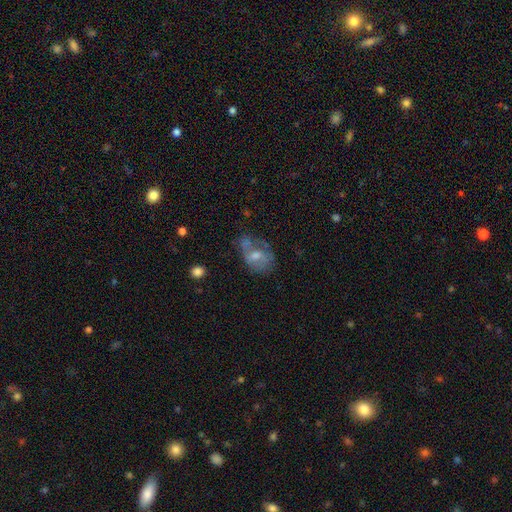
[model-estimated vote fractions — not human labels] The model was most divided on "smooth or featured": featured or disk: 47%, smooth: 43%, star or artifact: 9%. Remaining: merging — none (35%).